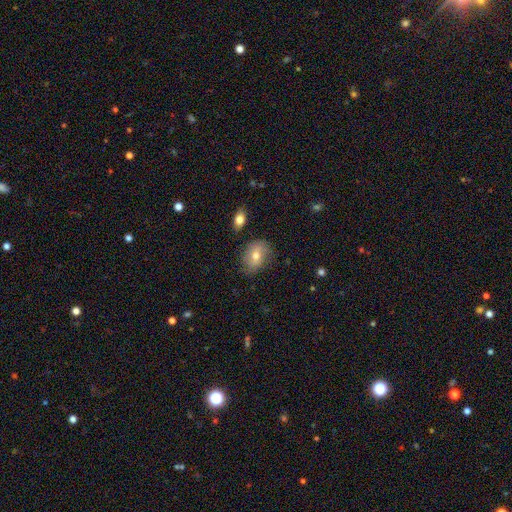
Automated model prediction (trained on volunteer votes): Smooth or featured? smooth (65%)
How rounded? in between (73%)
Merging? none (73%)